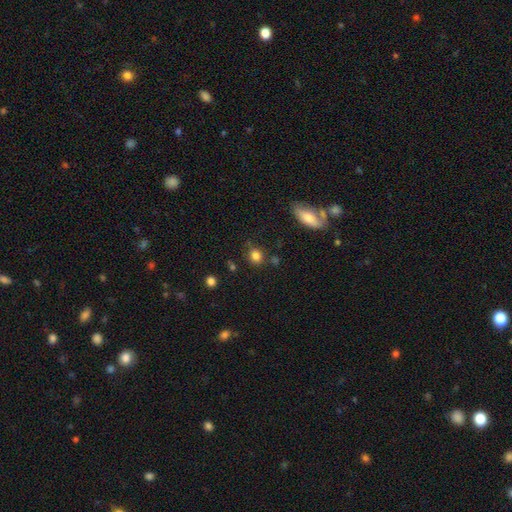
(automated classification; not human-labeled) A smooth galaxy with no disk features (83%) that is round (76%). Merging: none (78%).